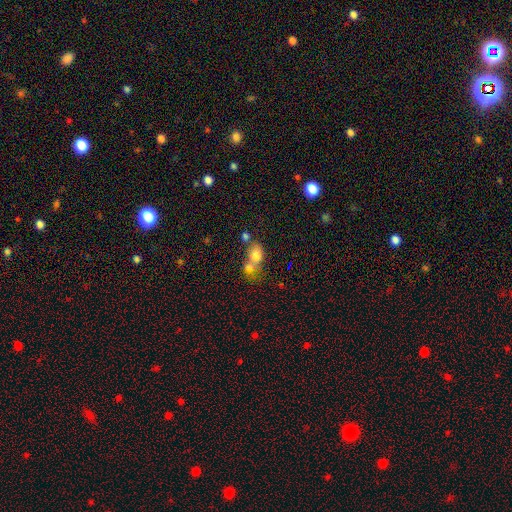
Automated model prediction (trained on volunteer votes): A smooth galaxy with no disk features (74%) that is in between round and cigar-shaped (54%). Merging: merger (62%).